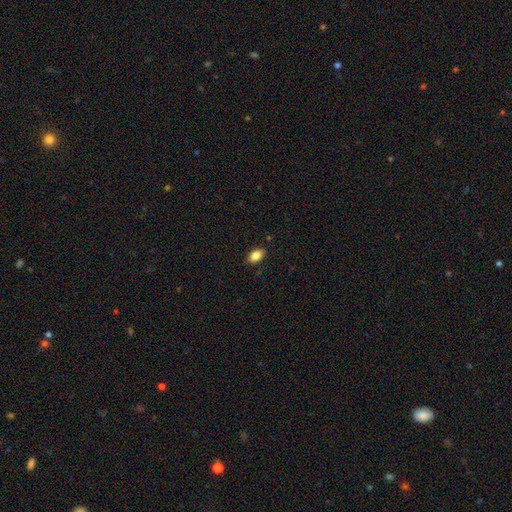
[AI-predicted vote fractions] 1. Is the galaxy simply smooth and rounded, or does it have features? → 85% smooth, 8% star or artifact, 7% featured or disk.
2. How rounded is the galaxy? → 90% in between, 8% round, 2% cigar-shaped.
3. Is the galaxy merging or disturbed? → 87% none, 10% minor disturbance, 2% major disturbance, 1% merger.